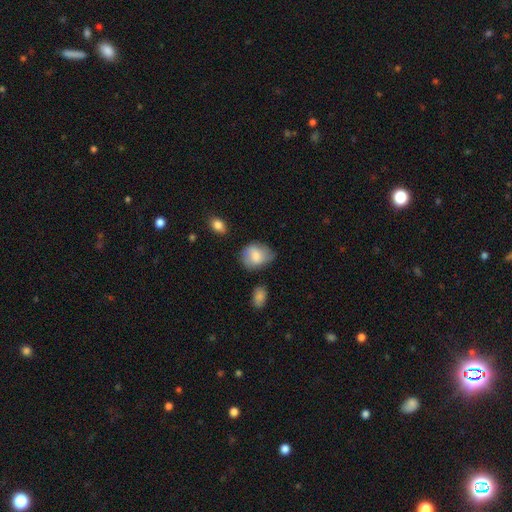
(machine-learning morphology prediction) A smooth galaxy with no disk features (73%) that is in between round and cigar-shaped (50%). Merging: none (56%).